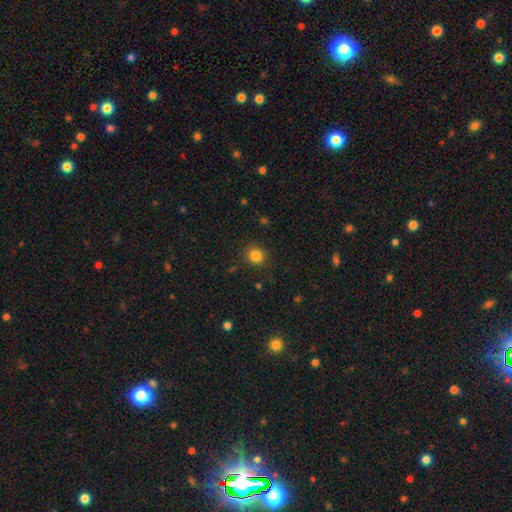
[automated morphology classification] smooth_or_featured: smooth (p=0.84) [alt: star or artifact p=0.12]
how_rounded: round (p=0.85) [alt: in between p=0.14]
merging: none (p=0.86) [alt: minor disturbance p=0.09]